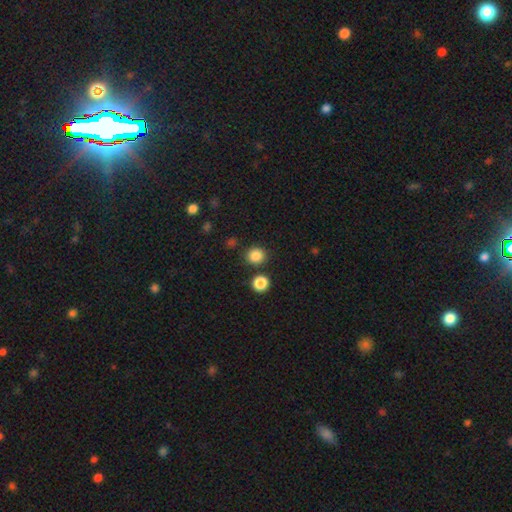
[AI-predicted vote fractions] smooth 85%, star or artifact 12%, featured or disk 4%. Down the decision tree: how rounded — round (86%); merging — none (85%).